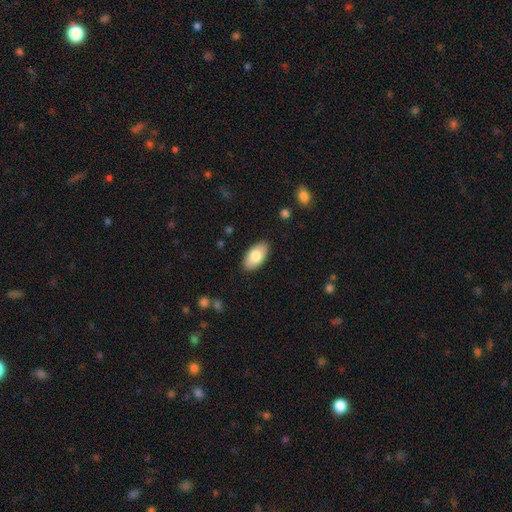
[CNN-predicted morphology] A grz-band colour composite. It shows a smooth galaxy with no disk features (79%) that is in between round and cigar-shaped (95%). Merging: none (88%).